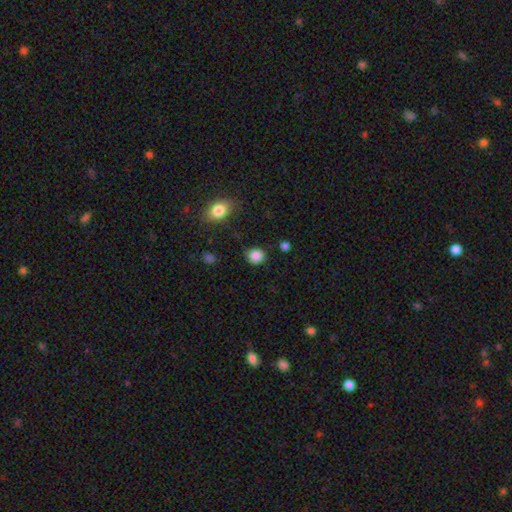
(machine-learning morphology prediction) Smooth or featured?
  - smooth: 87% *
  - star or artifact: 10%
  - featured or disk: 3%
How rounded?
  - round: 87% *
  - in between: 12%
  - cigar-shaped: 1%
Merging?
  - none: 85% *
  - minor disturbance: 11%
  - major disturbance: 3%
  - merger: 2%